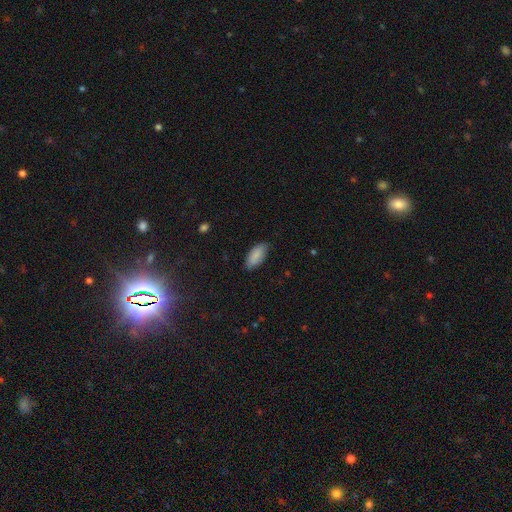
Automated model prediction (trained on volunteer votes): smooth-or-featured: smooth: 87% | featured or disk: 7% | star or artifact: 6%
  how-rounded: in between: 90% | cigar-shaped: 8% | round: 2%
  merging: none: 81% | minor disturbance: 16% | major disturbance: 3% | merger: 1%